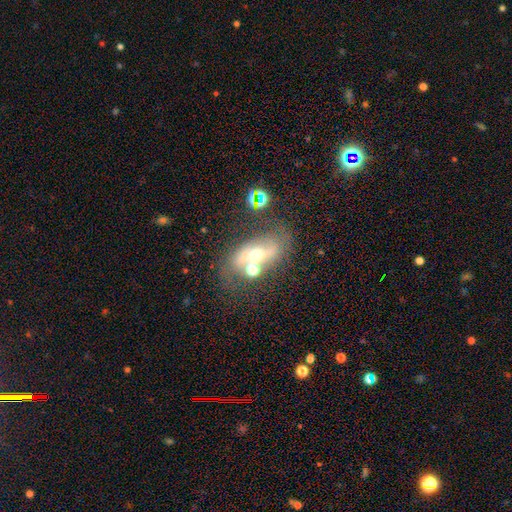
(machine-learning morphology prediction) This appears to be a featured or disk galaxy (62%) with no bar (58%), spiral arms (58%) and a moderate central bulge (62%). Merging: none (57%).